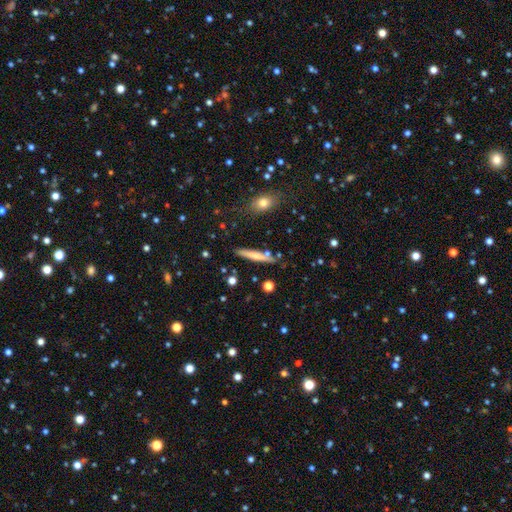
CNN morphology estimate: smooth 62%, featured or disk 30%, star or artifact 7%. Down the decision tree: how rounded — cigar-shaped (91%); merging — none (80%).